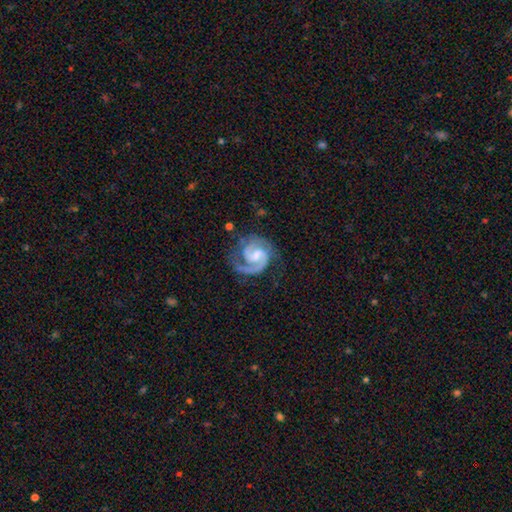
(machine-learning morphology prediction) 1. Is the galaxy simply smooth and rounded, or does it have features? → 90% featured or disk, 5% smooth, 4% star or artifact.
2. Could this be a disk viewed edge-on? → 98% no, 2% yes.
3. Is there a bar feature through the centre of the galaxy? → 53% weak, 31% no, 16% strong.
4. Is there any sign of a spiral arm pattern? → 98% yes, 2% no.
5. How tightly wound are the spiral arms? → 50% medium, 39% tight, 11% loose.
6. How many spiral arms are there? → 81% 2, 12% 1, 3% can't tell, 3% 3, 1% 4, 1% more than 4.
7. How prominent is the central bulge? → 35% small, 33% moderate, 24% none, 6% large, 1% dominant.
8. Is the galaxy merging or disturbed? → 68% none, 19% minor disturbance, 11% major disturbance, 2% merger.